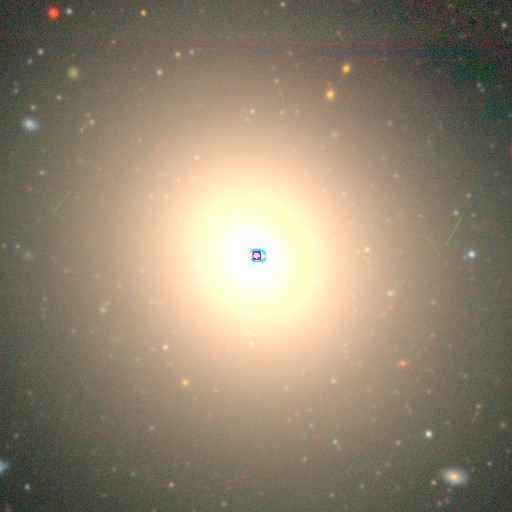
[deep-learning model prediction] Smooth or featured: smooth — 49% (star or artifact — 34%)
Merging: none — 85% (minor disturbance — 8%)